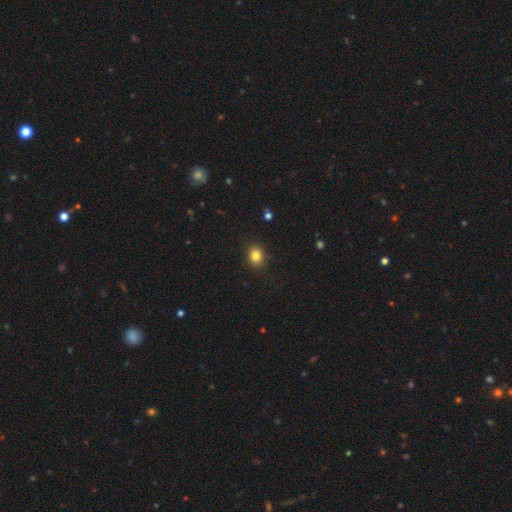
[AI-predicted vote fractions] Smooth or featured? Predicted: smooth (p=0.83). How rounded? Predicted: round (p=0.57). Merging? Predicted: none (p=0.89).